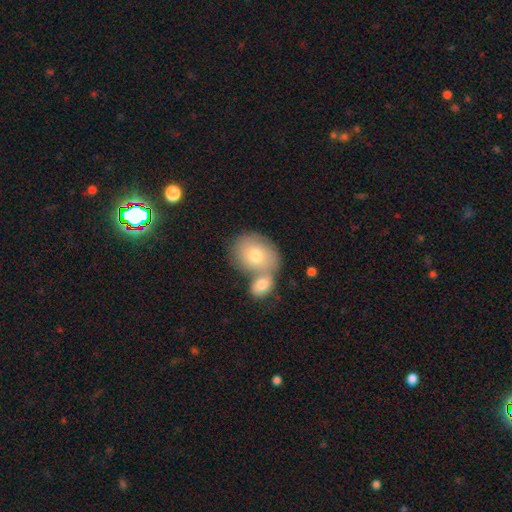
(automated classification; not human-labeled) Smooth or featured: smooth — 70% (featured or disk — 22%)
How rounded: round — 52% (in between — 47%)
Merging: merger — 49% (none — 37%)